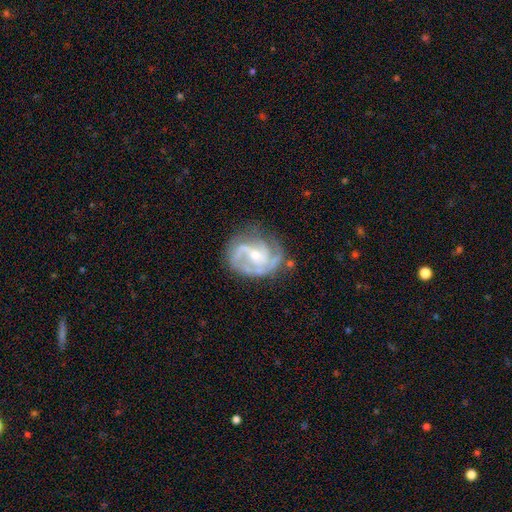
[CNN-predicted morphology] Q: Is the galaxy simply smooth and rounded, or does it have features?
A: featured or disk — 87%.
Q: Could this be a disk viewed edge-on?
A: no — 98%.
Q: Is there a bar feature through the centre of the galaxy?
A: no — 49%.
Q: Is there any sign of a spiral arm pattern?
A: yes — 95%.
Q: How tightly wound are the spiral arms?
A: medium — 45%.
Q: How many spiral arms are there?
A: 2 — 40%.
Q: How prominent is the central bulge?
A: small — 54%.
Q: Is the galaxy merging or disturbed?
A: none — 60%.